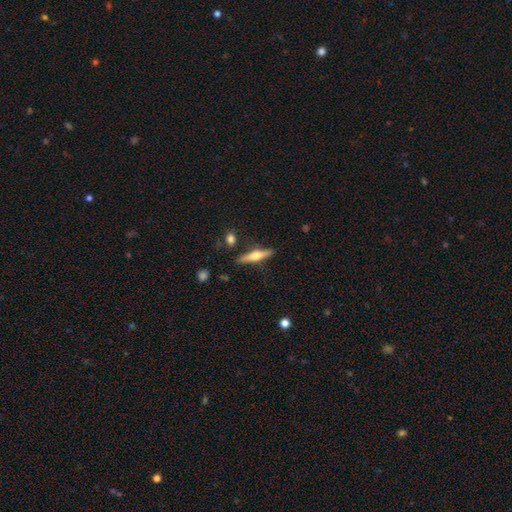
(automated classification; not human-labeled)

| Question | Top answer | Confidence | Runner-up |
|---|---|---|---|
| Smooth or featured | featured or disk | 56% | smooth (38%) |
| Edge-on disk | yes | 95% | no (5%) |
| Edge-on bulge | rounded | 93% | none (4%) |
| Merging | none | 85% | minor disturbance (10%) |